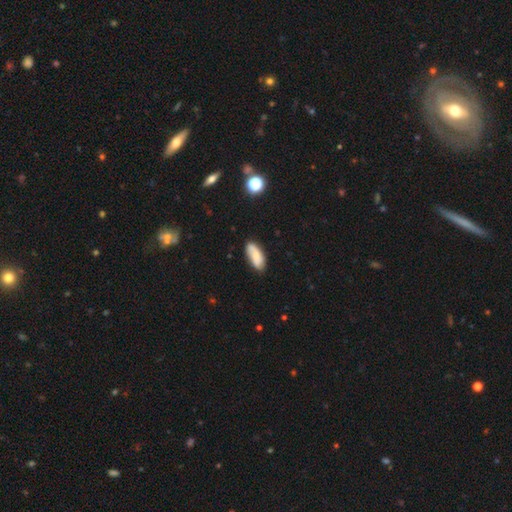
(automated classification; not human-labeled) Smooth or featured? Predicted: smooth (p=0.64). How rounded? Predicted: in between (p=0.83). Merging? Predicted: none (p=0.79).